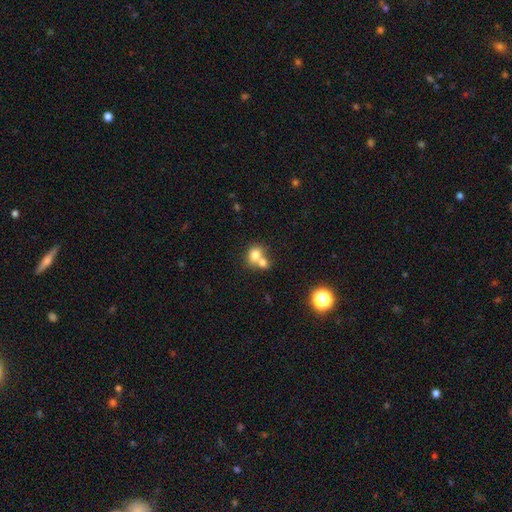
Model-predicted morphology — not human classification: smooth_or_featured: smooth (p=0.75) [alt: featured or disk p=0.14]
how_rounded: round (p=0.59) [alt: in between p=0.40]
merging: merger (p=0.61) [alt: none p=0.30]